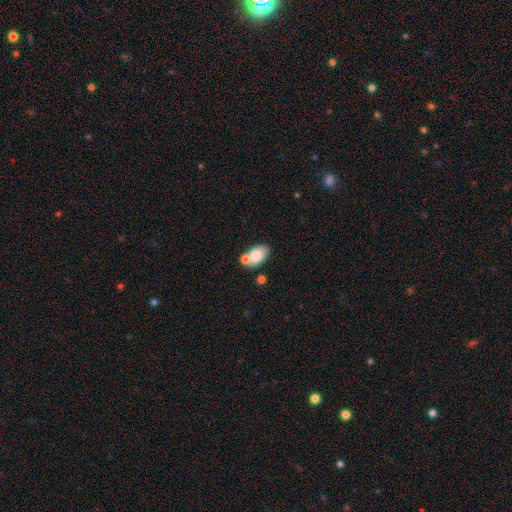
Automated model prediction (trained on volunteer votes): This appears to be a smooth galaxy with no disk features (80%) that is in between round and cigar-shaped (93%). Merging: none (55%).